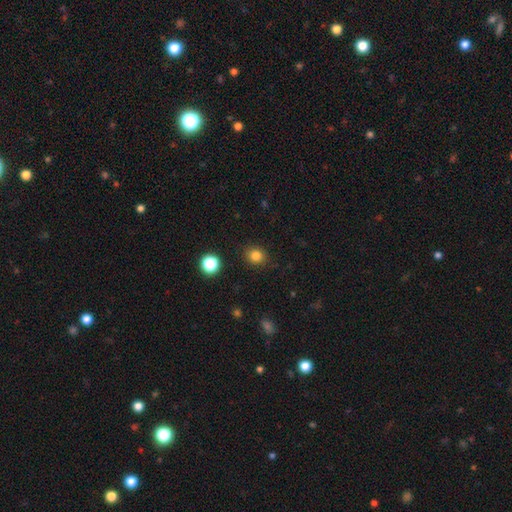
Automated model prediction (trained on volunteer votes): Smooth or featured? smooth (82%)
How rounded? round (77%)
Merging? none (88%)